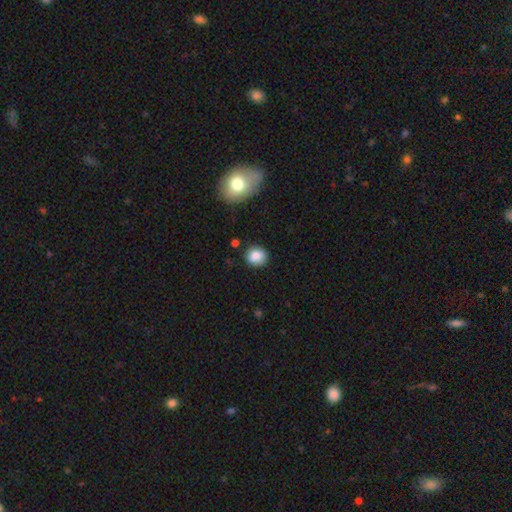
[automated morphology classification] This appears to be a smooth galaxy with no disk features (84%) that is round (79%). Merging: none (85%).